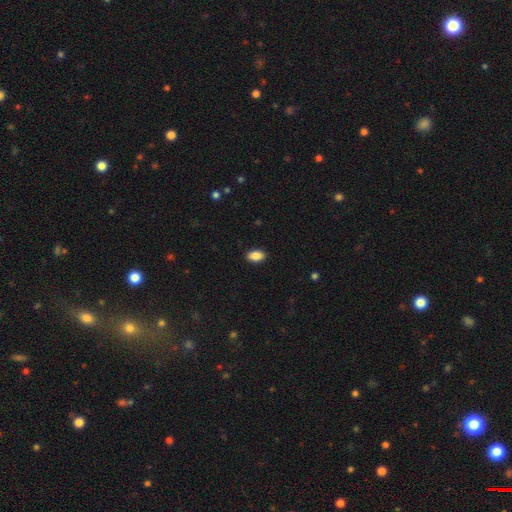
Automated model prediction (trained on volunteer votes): This appears to be a smooth galaxy with no disk features (87%) that is in between round and cigar-shaped (91%). Merging: none (90%).